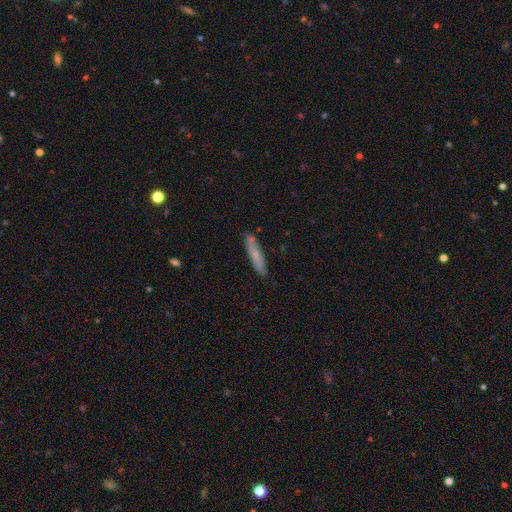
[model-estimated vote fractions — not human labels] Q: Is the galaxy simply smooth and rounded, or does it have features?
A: smooth — 66%.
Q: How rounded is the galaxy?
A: cigar-shaped — 83%.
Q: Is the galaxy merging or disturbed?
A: none — 81%.